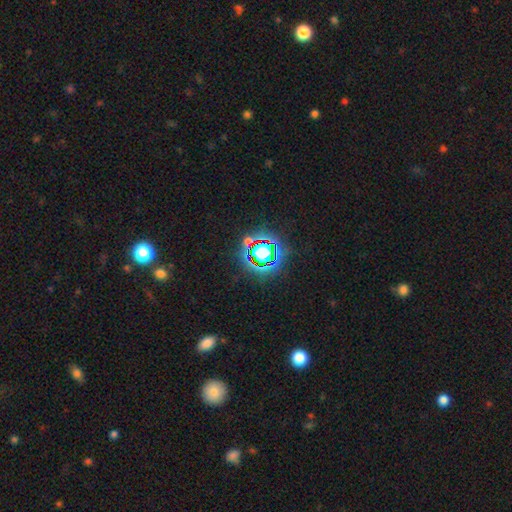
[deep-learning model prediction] Morphology: type=star or artifact (77%).